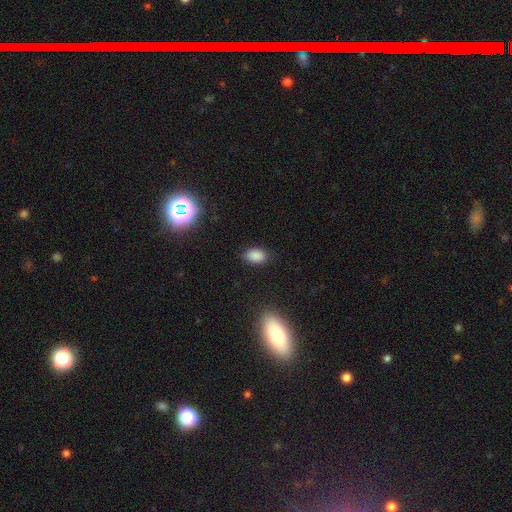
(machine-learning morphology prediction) The model was most divided on "smooth or featured": smooth: 84%, star or artifact: 12%, featured or disk: 4%. More confident: how rounded — in between (86%); merging — none (85%).